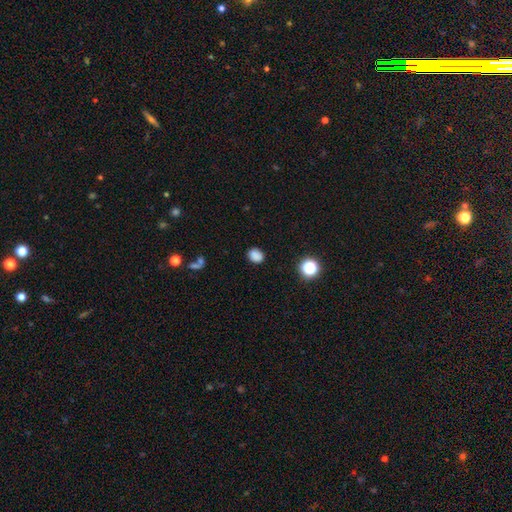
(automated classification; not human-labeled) smooth 82%, star or artifact 13%, featured or disk 5%. Down the decision tree: how rounded — in between (51%); merging — none (83%).